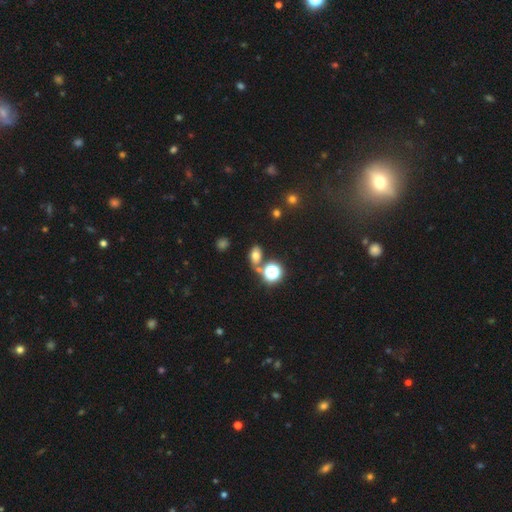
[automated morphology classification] Smooth or featured?
  - smooth: 64% *
  - star or artifact: 24%
  - featured or disk: 12%
How rounded?
  - in between: 77% *
  - round: 20%
  - cigar-shaped: 2%
Merging?
  - none: 67% *
  - merger: 16%
  - minor disturbance: 13%
  - major disturbance: 4%